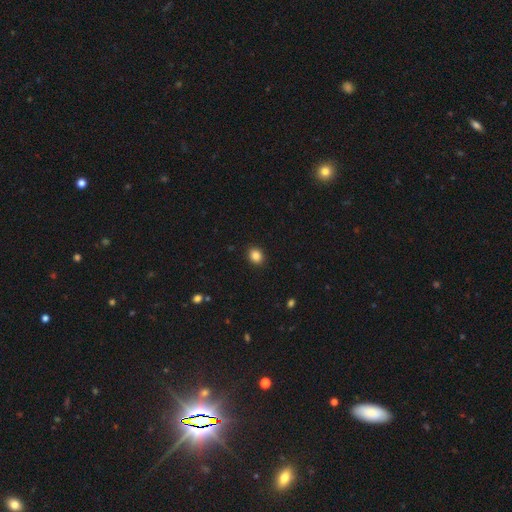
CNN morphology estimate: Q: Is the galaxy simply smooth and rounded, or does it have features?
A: smooth — 86%.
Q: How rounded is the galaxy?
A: round — 62%.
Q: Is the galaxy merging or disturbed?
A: none — 91%.